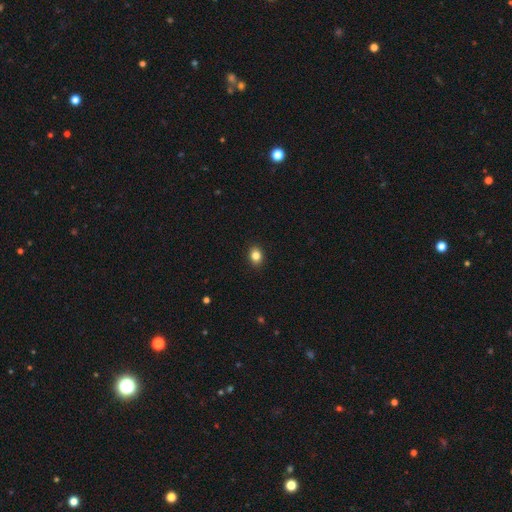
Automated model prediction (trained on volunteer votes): A smooth galaxy with no disk features (84%) that is in between round and cigar-shaped (54%).

Vote fractions:
- Smooth or featured? smooth: 84% / star or artifact: 10% / featured or disk: 5%
- How rounded? in between: 54% / round: 45% / cigar-shaped: 1%
- Merging? none: 90% / minor disturbance: 7% / major disturbance: 2% / merger: 1%